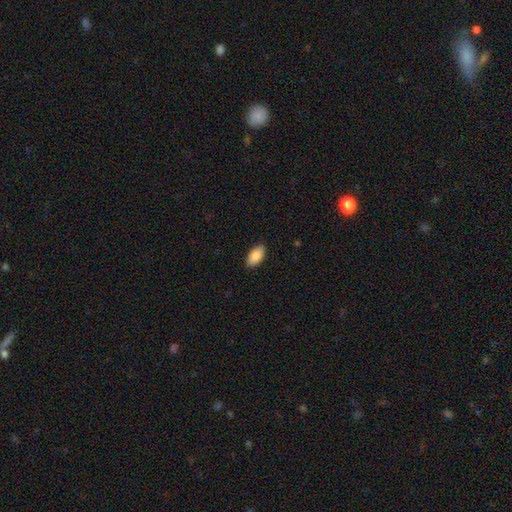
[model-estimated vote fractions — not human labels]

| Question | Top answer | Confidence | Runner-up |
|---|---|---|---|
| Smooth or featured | smooth | 89% | star or artifact (6%) |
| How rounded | in between | 93% | cigar-shaped (4%) |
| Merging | none | 90% | minor disturbance (8%) |